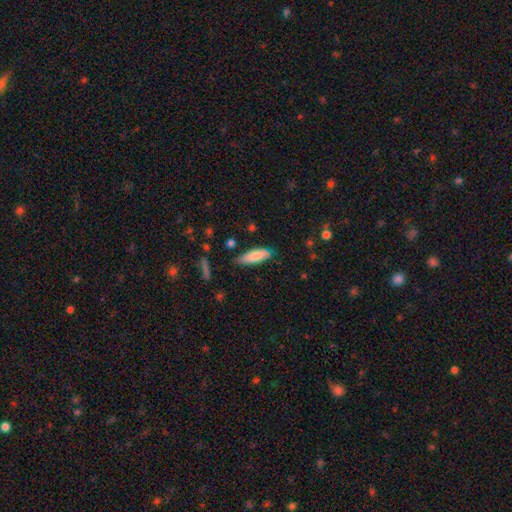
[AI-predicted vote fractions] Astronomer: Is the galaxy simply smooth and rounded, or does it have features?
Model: smooth — 81%.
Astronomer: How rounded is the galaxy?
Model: in between — 56% (runner-up: cigar-shaped, 42%).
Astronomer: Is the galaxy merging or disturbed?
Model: none — 72%.